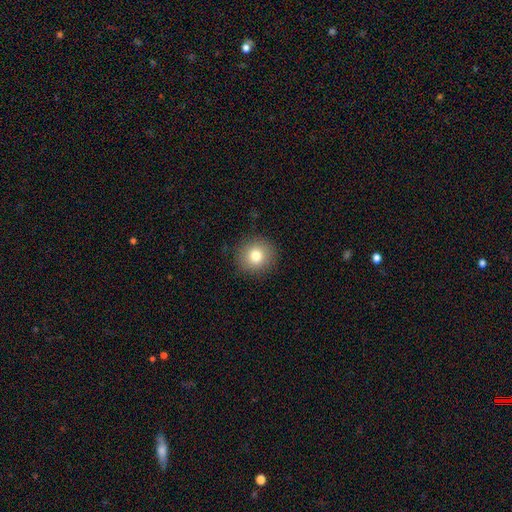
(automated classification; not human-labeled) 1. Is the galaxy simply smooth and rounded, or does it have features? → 79% smooth, 11% star or artifact, 10% featured or disk.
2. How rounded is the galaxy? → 91% round, 8% in between, 1% cigar-shaped.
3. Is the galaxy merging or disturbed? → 90% none, 7% minor disturbance, 2% major disturbance, 1% merger.